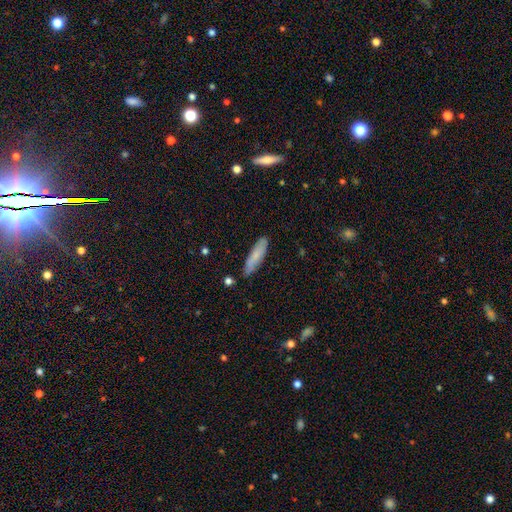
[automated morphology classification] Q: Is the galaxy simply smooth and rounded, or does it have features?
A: smooth — 75%.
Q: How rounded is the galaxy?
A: cigar-shaped — 73%.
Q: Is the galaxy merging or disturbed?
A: none — 84%.